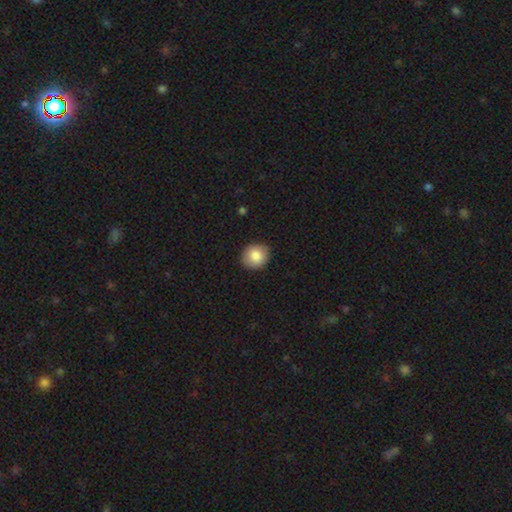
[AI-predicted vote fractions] A smooth galaxy with no disk features (85%) that is round (84%). Merging: none (88%).